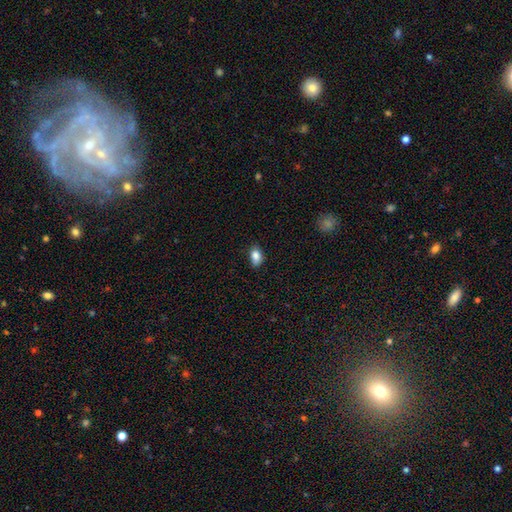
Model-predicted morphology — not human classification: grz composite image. It shows a smooth galaxy with no disk features (85%) that is in between round and cigar-shaped (87%). Merging: none (79%).